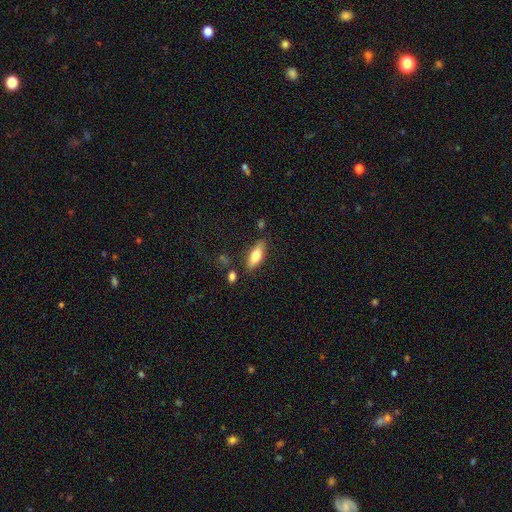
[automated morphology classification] This is likely a smooth galaxy (74%). How rounded: likely in between (72%). Merging: clearly none (80%).